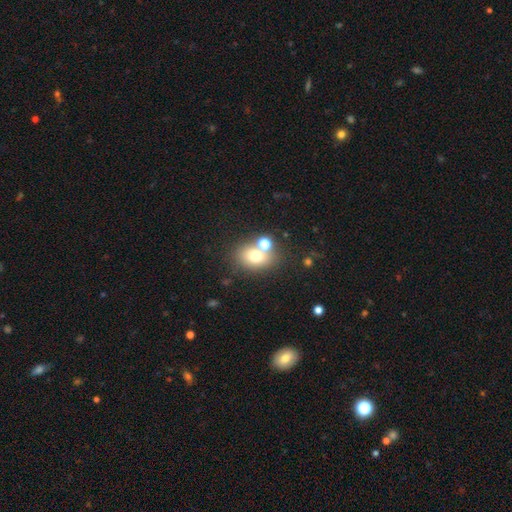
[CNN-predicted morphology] Smooth or featured? smooth (69%)
How rounded? round (53%)
Merging? none (58%)